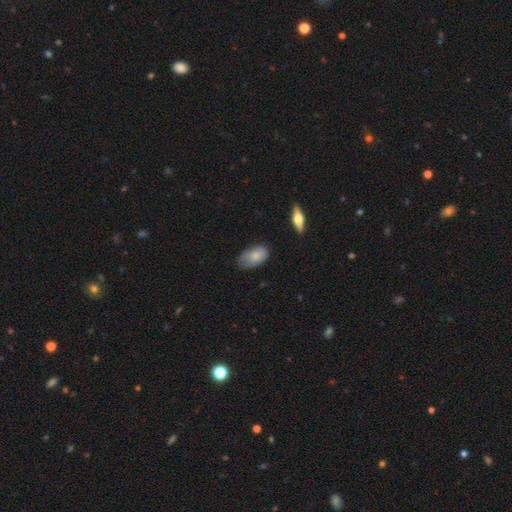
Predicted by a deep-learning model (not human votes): smooth_or_featured: smooth (p=0.78) [alt: featured or disk p=0.15]
how_rounded: in between (p=0.92) [alt: round p=0.05]
merging: none (p=0.60) [alt: minor disturbance p=0.32]